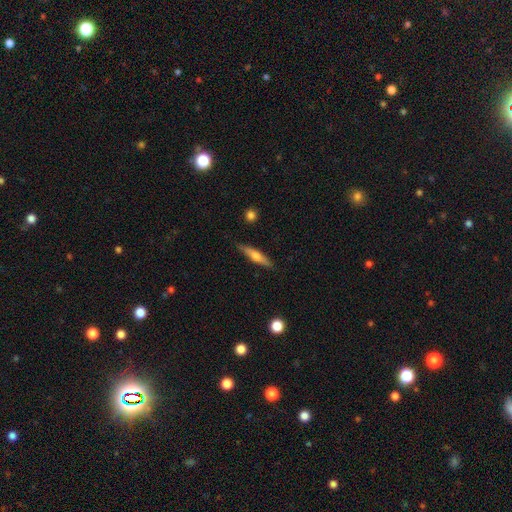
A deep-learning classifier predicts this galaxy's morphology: Smooth or featured? smooth (53%)
How rounded? cigar-shaped (84%)
Merging? none (86%)